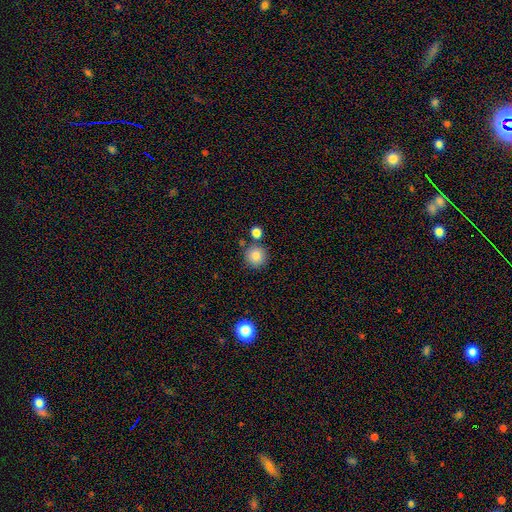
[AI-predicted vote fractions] Q: Smooth or featured?
A: smooth (85%); runner-up: star or artifact (10%)
Q: How rounded?
A: round (94%); runner-up: in between (5%)
Q: Merging?
A: none (79%); runner-up: merger (10%)